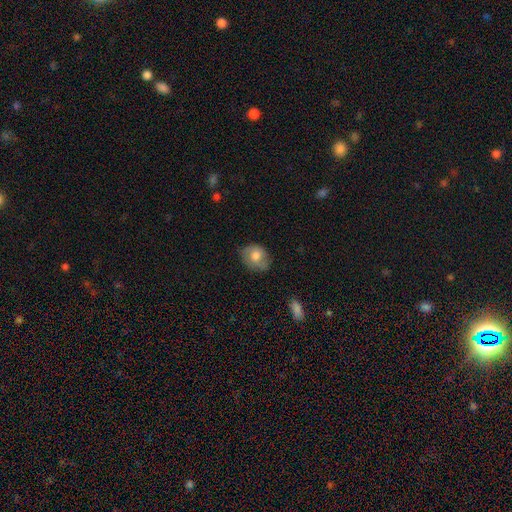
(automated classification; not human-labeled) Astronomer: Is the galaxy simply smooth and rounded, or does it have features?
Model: smooth — 70%.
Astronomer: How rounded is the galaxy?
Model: in between — 50% (runner-up: round, 49%).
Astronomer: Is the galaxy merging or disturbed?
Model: none — 66%.